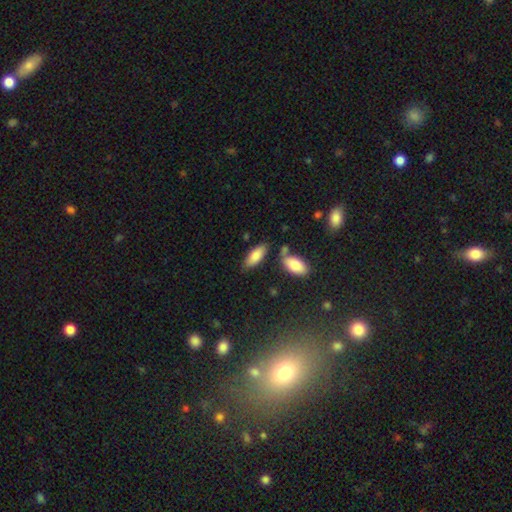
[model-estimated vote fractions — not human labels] smooth 84%, featured or disk 10%, star or artifact 6%. Down the decision tree: how rounded — in between (80%); merging — none (71%).